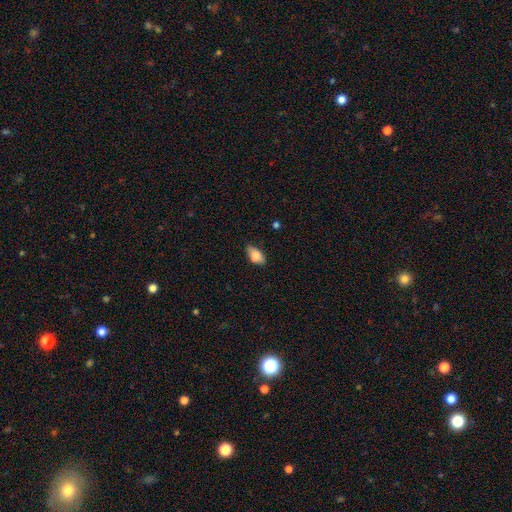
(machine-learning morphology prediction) smooth_or_featured: smooth (p=0.80) [alt: featured or disk p=0.12]
how_rounded: in between (p=0.90) [alt: cigar-shaped p=0.05]
merging: none (p=0.74) [alt: minor disturbance p=0.20]